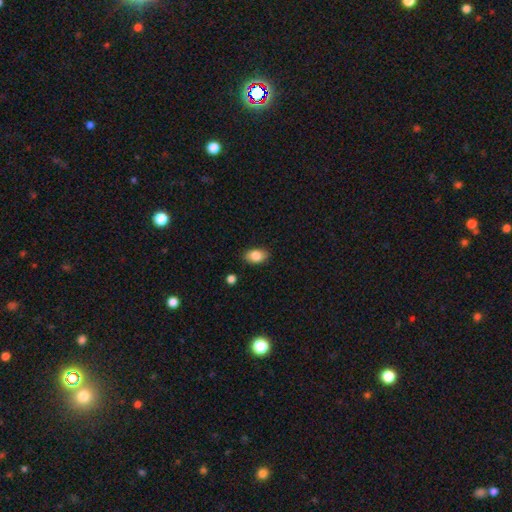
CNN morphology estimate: smooth_or_featured: smooth (p=0.85) [alt: star or artifact p=0.08]
how_rounded: in between (p=0.87) [alt: round p=0.11]
merging: none (p=0.85) [alt: minor disturbance p=0.11]